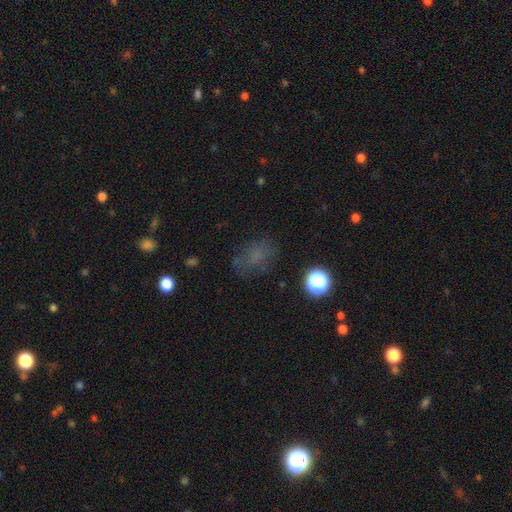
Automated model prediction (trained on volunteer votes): This is possibly a smooth galaxy (57%). How rounded: likely in between (71%). Merging: likely none (63%).